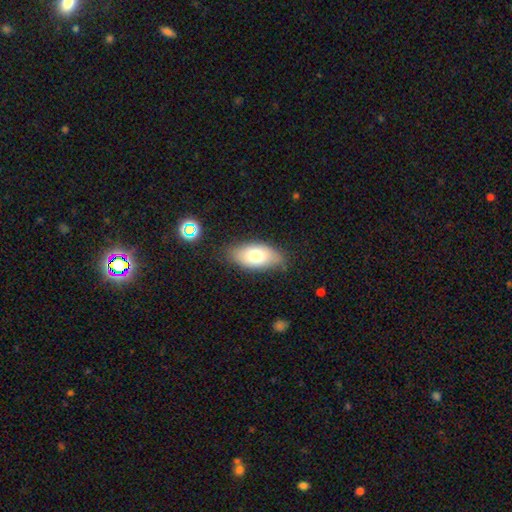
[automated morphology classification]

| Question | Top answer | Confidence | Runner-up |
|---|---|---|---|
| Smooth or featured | smooth | 73% | featured or disk (18%) |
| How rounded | in between | 91% | round (5%) |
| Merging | none | 72% | minor disturbance (21%) |